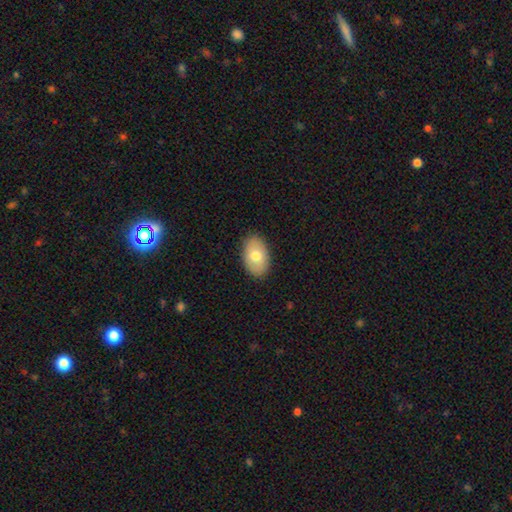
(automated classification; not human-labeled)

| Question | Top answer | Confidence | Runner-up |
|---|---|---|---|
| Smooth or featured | smooth | 73% | featured or disk (20%) |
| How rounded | in between | 90% | round (9%) |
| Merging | none | 87% | minor disturbance (10%) |